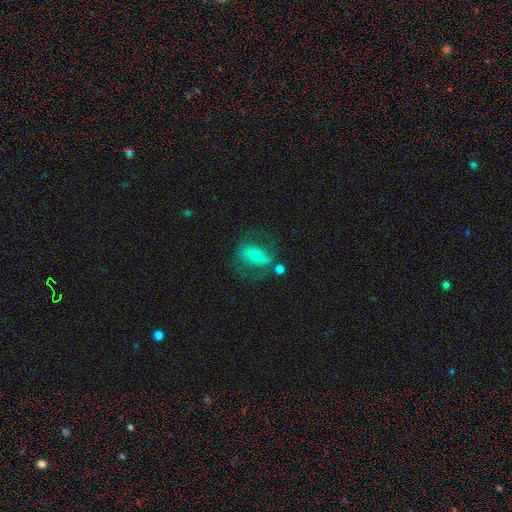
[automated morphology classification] smooth-or-featured: featured or disk: 65% | smooth: 28% | star or artifact: 8%
  disk-edge-on: no: 96% | yes: 4%
    bar: weak: 38% | no: 34% | strong: 27%
    has-spiral-arms: yes: 73% | no: 27%
    bulge-size: moderate: 60% | small: 33% | large: 4% | none: 1% | dominant: 1%
  merging: none: 58% | minor disturbance: 19% | major disturbance: 16% | merger: 8%